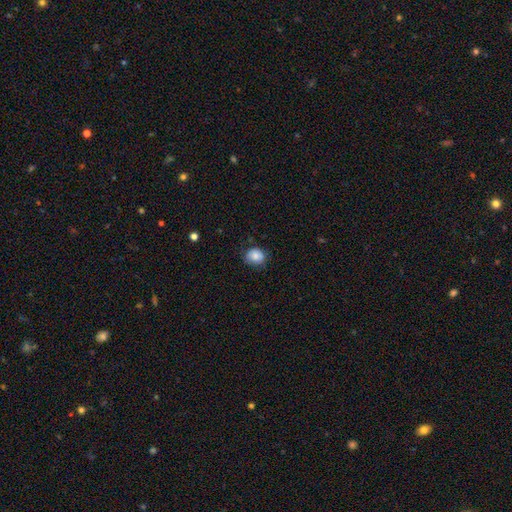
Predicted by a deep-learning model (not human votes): smooth-or-featured: smooth: 82% | featured or disk: 9% | star or artifact: 8%
  how-rounded: round: 65% | in between: 35% | cigar-shaped: 1%
  merging: none: 72% | minor disturbance: 22% | major disturbance: 5% | merger: 1%